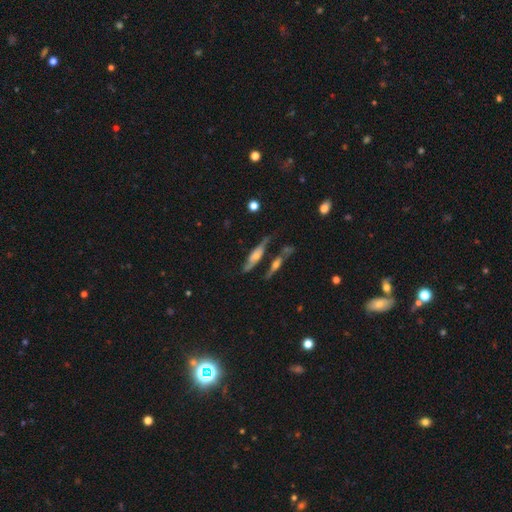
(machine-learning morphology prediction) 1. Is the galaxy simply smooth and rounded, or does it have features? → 63% featured or disk, 30% smooth, 7% star or artifact.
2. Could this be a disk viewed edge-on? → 61% yes, 39% no.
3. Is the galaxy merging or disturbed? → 50% none, 21% minor disturbance, 17% merger, 12% major disturbance.